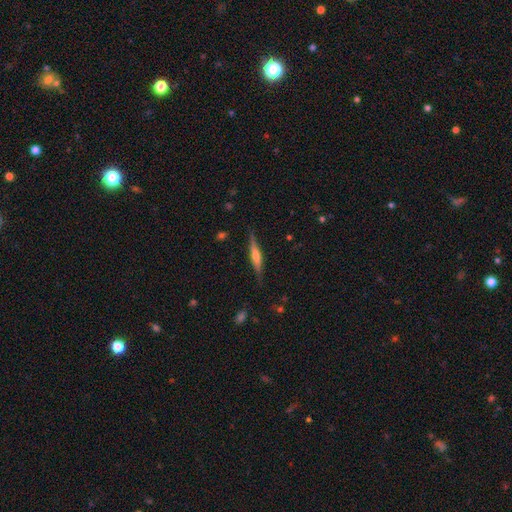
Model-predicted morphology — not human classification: type=featured or disk (61%); edge-on=yes (96%); edge-on bulge=rounded (64%); merging=none (85%).